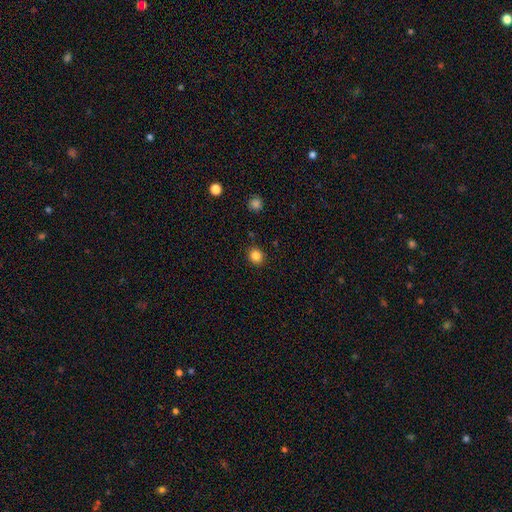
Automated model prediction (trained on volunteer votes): Smooth or featured: smooth — 84% (star or artifact — 11%)
How rounded: round — 78% (in between — 21%)
Merging: none — 88% (minor disturbance — 8%)